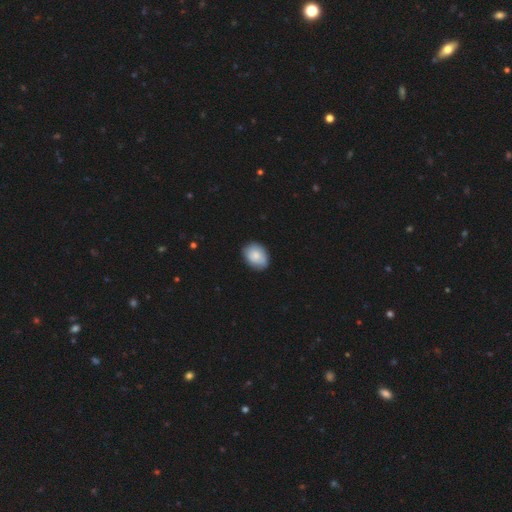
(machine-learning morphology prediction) A smooth galaxy with no disk features (81%) that is in between round and cigar-shaped (69%). Merging: none (81%).